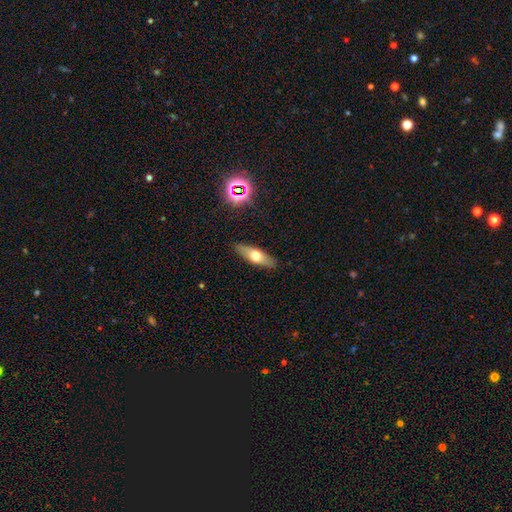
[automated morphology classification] smooth_or_featured: smooth (p=0.53) [alt: featured or disk p=0.39]
how_rounded: cigar-shaped (p=0.50) [alt: in between p=0.47]
merging: none (p=0.87) [alt: minor disturbance p=0.09]